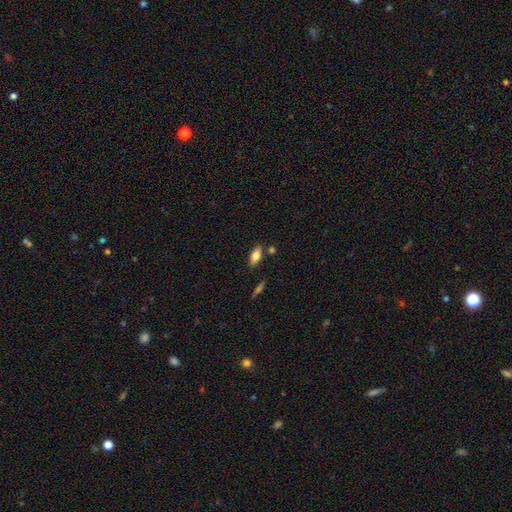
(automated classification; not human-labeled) A smooth galaxy with no disk features (75%) that is in between round and cigar-shaped (82%). Merging: none (79%).